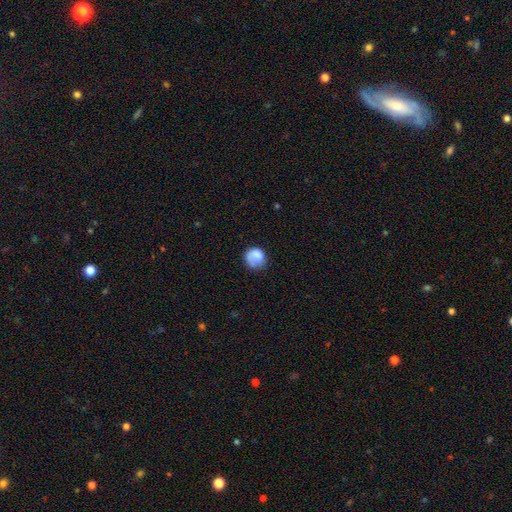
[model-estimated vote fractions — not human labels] The model was most divided on "merging": none: 57%, minor disturbance: 25%, major disturbance: 16%, merger: 3%. More confident: how rounded — round (78%); smooth or featured — smooth (77%).